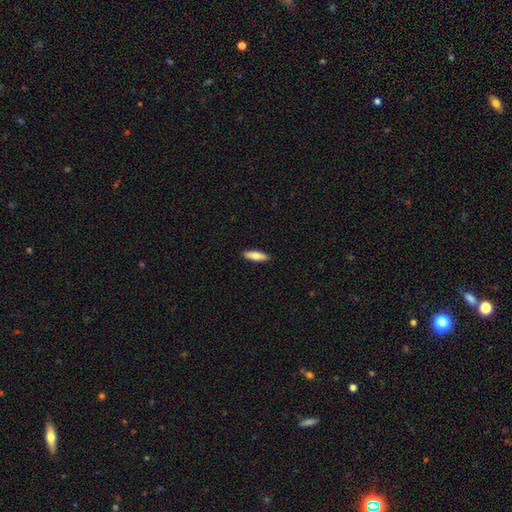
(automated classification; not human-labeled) smooth_or_featured: smooth (p=0.72) [alt: featured or disk p=0.22]
how_rounded: cigar-shaped (p=0.53) [alt: in between p=0.45]
merging: none (p=0.90) [alt: minor disturbance p=0.07]